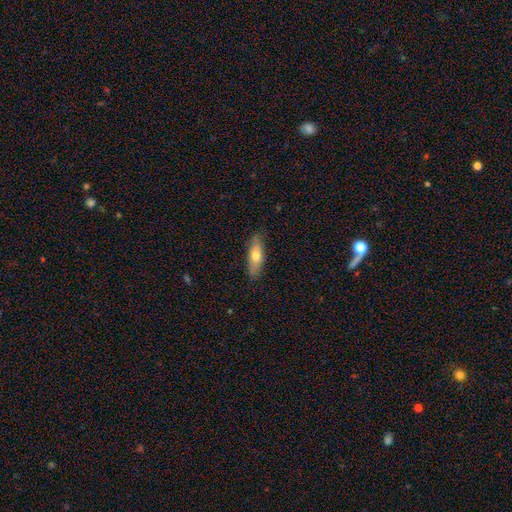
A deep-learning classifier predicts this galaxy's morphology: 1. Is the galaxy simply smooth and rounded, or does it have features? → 62% smooth, 32% featured or disk, 6% star or artifact.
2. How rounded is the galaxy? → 56% in between, 41% cigar-shaped, 3% round.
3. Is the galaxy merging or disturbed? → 84% none, 13% minor disturbance, 2% major disturbance, 1% merger.